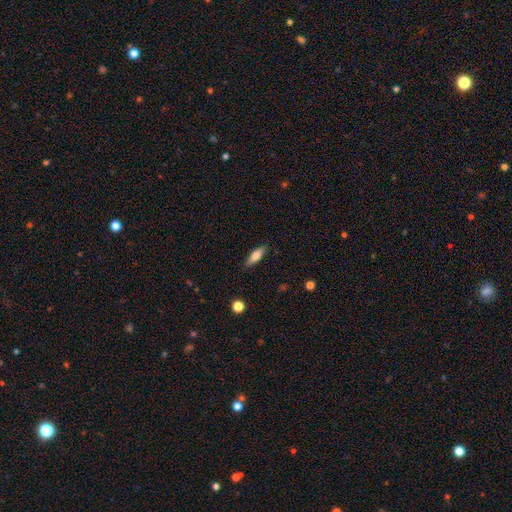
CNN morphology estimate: Smooth or featured?
  - smooth: 72% *
  - featured or disk: 21%
  - star or artifact: 7%
How rounded?
  - in between: 50% *
  - cigar-shaped: 48%
  - round: 2%
Merging?
  - none: 87% *
  - minor disturbance: 10%
  - major disturbance: 2%
  - merger: 1%